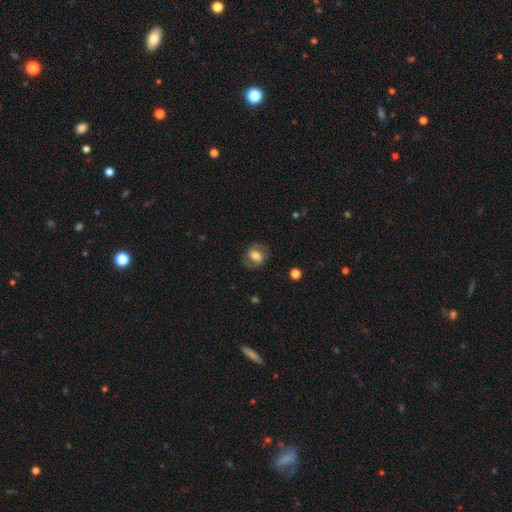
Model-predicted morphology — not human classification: Q: Smooth or featured?
A: smooth (54%); runner-up: featured or disk (38%)
Q: How rounded?
A: in between (62%); runner-up: round (36%)
Q: Merging?
A: none (75%); runner-up: minor disturbance (16%)